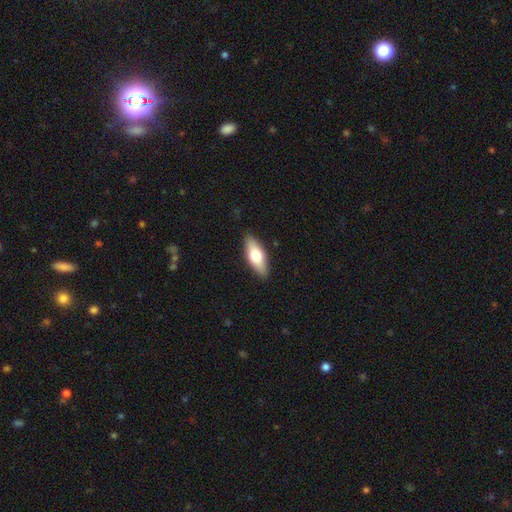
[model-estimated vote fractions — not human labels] Q: Smooth or featured?
A: smooth (62%); runner-up: featured or disk (32%)
Q: How rounded?
A: in between (72%); runner-up: cigar-shaped (25%)
Q: Merging?
A: none (88%); runner-up: minor disturbance (9%)